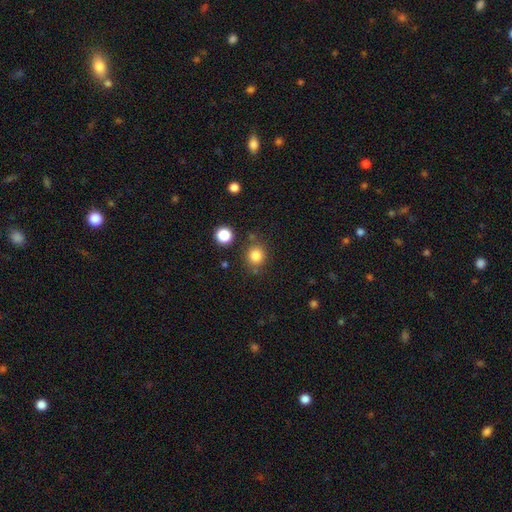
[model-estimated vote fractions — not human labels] The model was most divided on "smooth or featured": smooth: 82%, star or artifact: 12%, featured or disk: 5%. More confident: how rounded — round (87%); merging — none (80%).